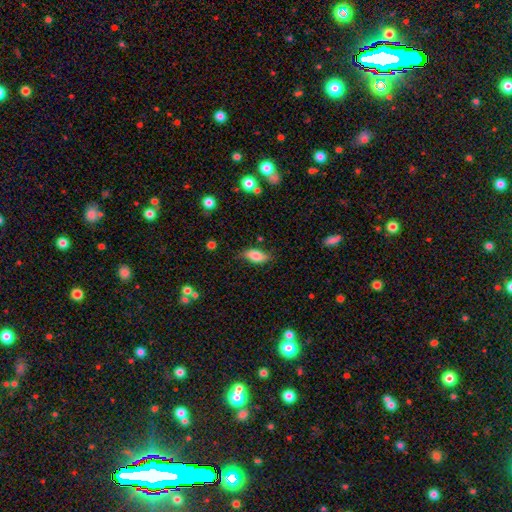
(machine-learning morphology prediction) smooth_or_featured: smooth (p=0.77) [alt: featured or disk p=0.16]
how_rounded: in between (p=0.85) [alt: cigar-shaped p=0.11]
merging: none (p=0.71) [alt: minor disturbance p=0.22]